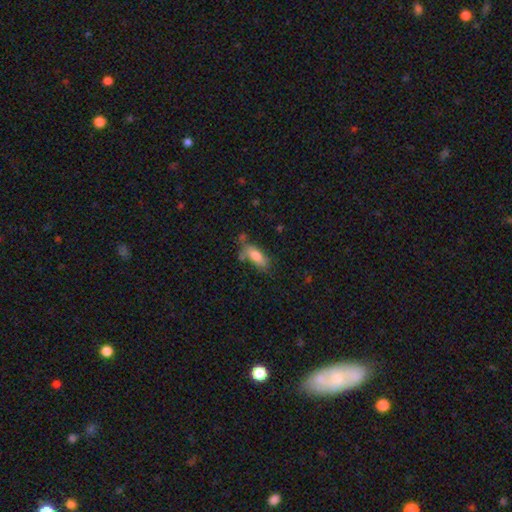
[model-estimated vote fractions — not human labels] Q: Smooth or featured?
A: smooth (78%); runner-up: featured or disk (14%)
Q: How rounded?
A: in between (69%); runner-up: cigar-shaped (28%)
Q: Merging?
A: none (55%); runner-up: minor disturbance (24%)